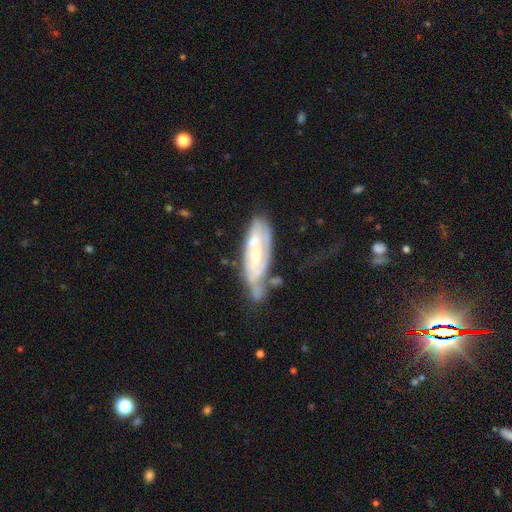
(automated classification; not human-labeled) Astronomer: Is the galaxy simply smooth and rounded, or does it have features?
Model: featured or disk — 72%.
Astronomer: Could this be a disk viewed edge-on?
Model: no — 82%.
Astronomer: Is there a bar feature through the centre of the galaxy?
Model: no — 55% (runner-up: weak, 33%).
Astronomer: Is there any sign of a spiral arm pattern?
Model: yes — 75%.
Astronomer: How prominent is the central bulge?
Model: moderate — 46% (runner-up: small, 43%).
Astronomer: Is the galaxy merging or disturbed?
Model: none — 41% (runner-up: minor disturbance, 30%).